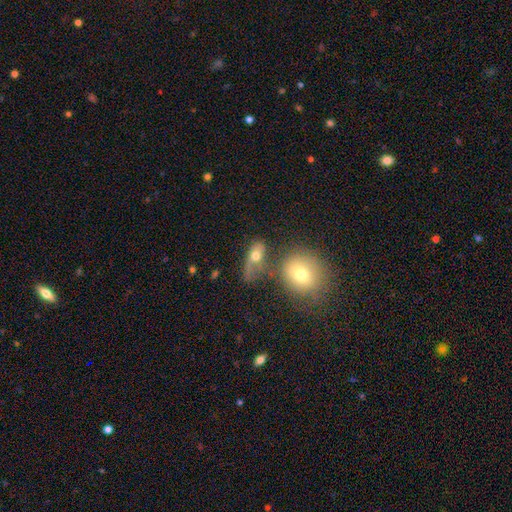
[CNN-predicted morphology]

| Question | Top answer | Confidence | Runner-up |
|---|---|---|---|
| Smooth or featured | smooth | 62% | featured or disk (24%) |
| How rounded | in between | 64% | round (28%) |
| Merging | none | 34% | merger (30%) |